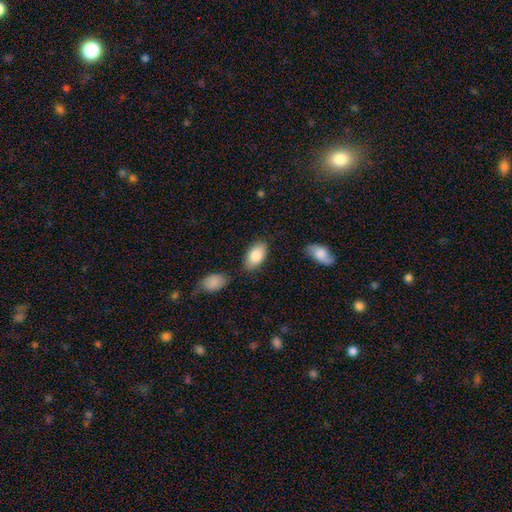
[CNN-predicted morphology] Smooth or featured: smooth — 84% (featured or disk — 10%)
How rounded: in between — 95% (round — 4%)
Merging: none — 80% (minor disturbance — 13%)